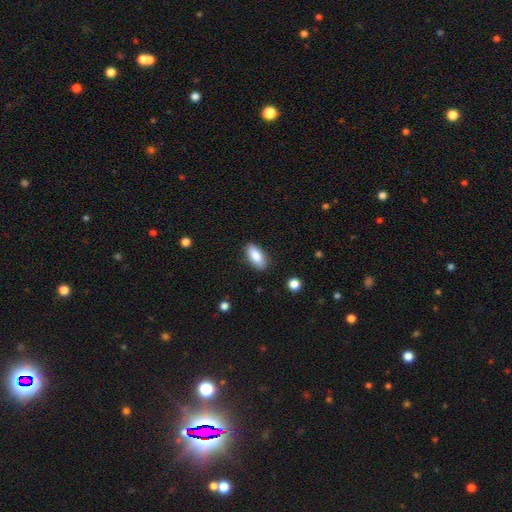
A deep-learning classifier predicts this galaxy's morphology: This is clearly a smooth galaxy (85%). How rounded: clearly in between (86%). Merging: clearly none (86%).